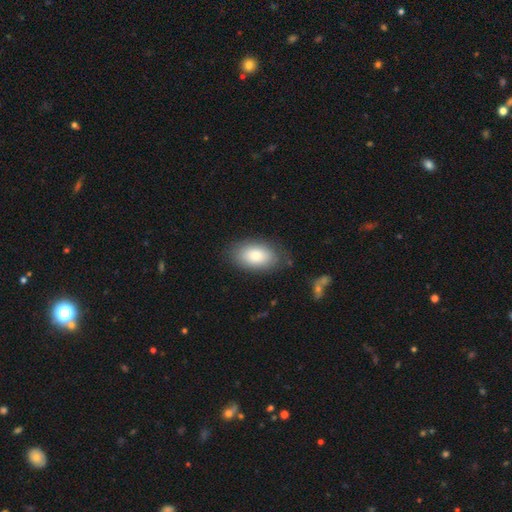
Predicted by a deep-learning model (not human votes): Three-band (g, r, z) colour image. It shows a smooth galaxy with no disk features (84%) that is in between round and cigar-shaped (93%). Merging: none (81%).